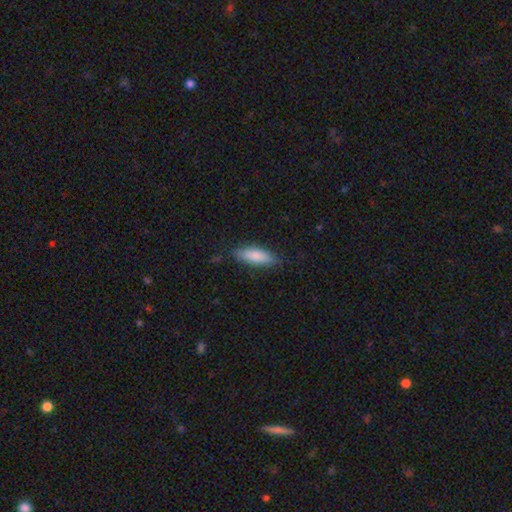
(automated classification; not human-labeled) This appears to be a smooth galaxy with no disk features (83%) that is in between round and cigar-shaped (59%). Merging: none (81%).